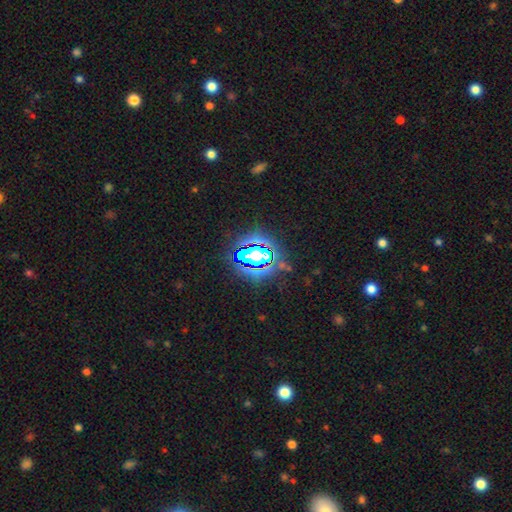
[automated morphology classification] Smooth or featured?
  - star or artifact: 77% *
  - smooth: 14%
  - featured or disk: 9%